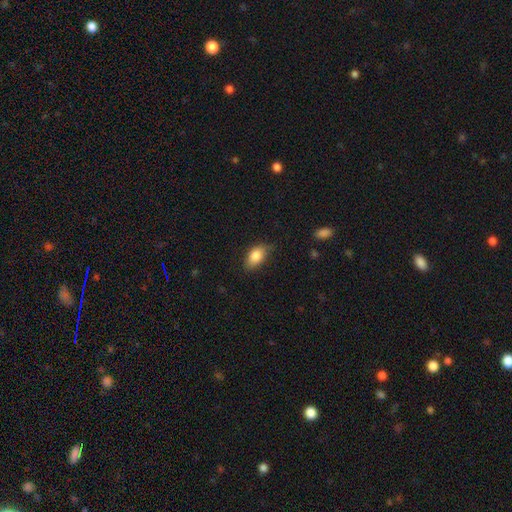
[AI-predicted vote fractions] A smooth galaxy with no disk features (85%) that is in between round and cigar-shaped (90%).

Vote fractions:
- Smooth or featured? smooth: 85% / featured or disk: 8% / star or artifact: 7%
- How rounded? in between: 90% / round: 7% / cigar-shaped: 3%
- Merging? none: 72% / minor disturbance: 22% / major disturbance: 4% / merger: 1%